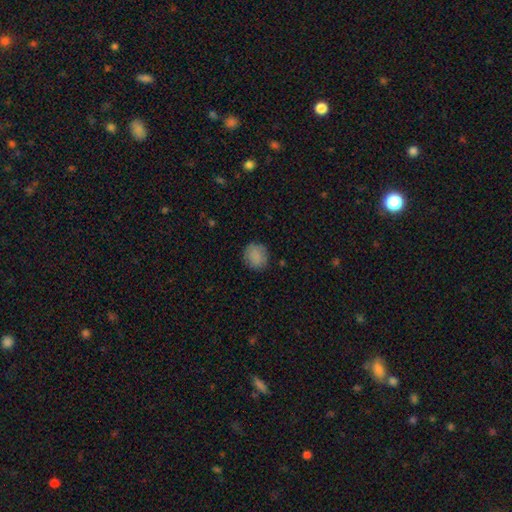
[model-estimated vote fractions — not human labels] smooth-or-featured: smooth: 85% | star or artifact: 9% | featured or disk: 6%
  how-rounded: round: 77% | in between: 22% | cigar-shaped: 1%
  merging: none: 82% | minor disturbance: 14% | major disturbance: 4% | merger: 1%